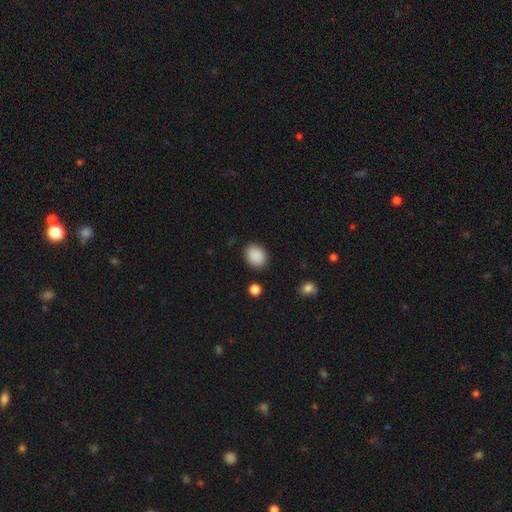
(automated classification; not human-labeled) Morphology: type=smooth (89%); roundness=in between (59%); merging=none (86%).